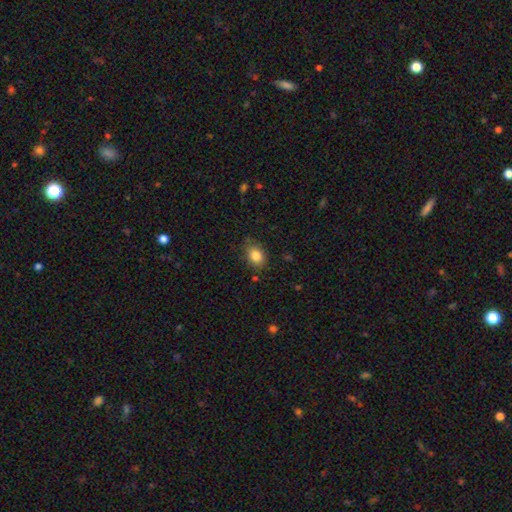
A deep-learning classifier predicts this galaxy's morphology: This appears to be a smooth galaxy with no disk features (84%) that is in between round and cigar-shaped (73%). Merging: none (78%).